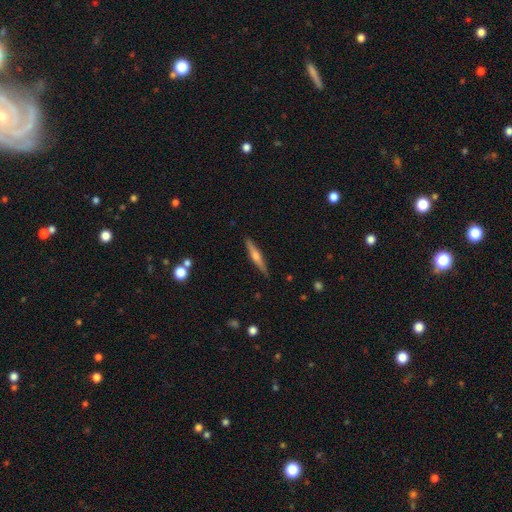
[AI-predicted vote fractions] Smooth or featured? Predicted: featured or disk (p=0.63). Edge-on disk? Predicted: yes (p=0.97). Edge-on bulge? Predicted: rounded (p=0.87). Merging? Predicted: none (p=0.90).